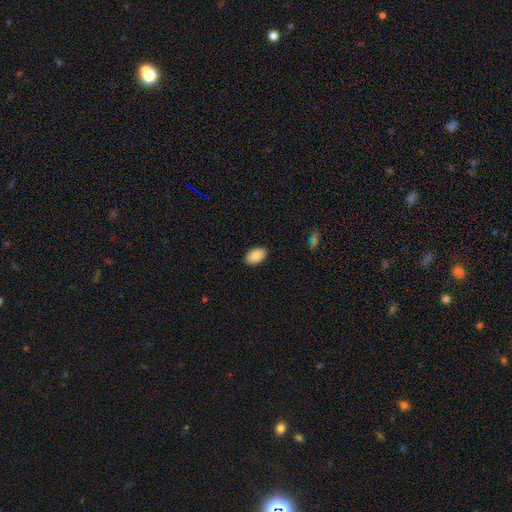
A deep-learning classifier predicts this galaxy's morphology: Q: Smooth or featured?
A: smooth (90%); runner-up: star or artifact (7%)
Q: How rounded?
A: in between (92%); runner-up: round (7%)
Q: Merging?
A: none (90%); runner-up: minor disturbance (7%)